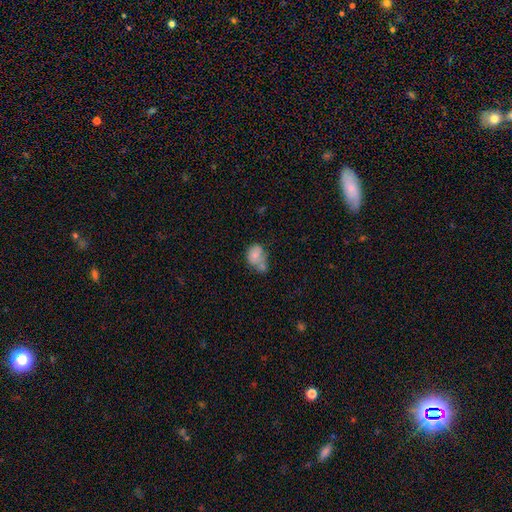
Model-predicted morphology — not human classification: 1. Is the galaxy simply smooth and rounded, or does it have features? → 72% smooth, 19% featured or disk, 9% star or artifact.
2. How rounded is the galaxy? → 63% in between, 35% round, 1% cigar-shaped.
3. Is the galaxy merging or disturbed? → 42% merger, 27% none, 20% minor disturbance, 11% major disturbance.